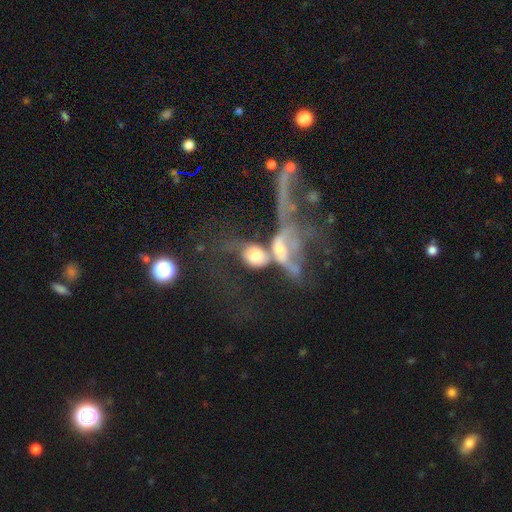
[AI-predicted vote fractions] Smooth or featured: smooth — 46% (featured or disk — 42%)
Merging: merger — 70% (major disturbance — 16%)